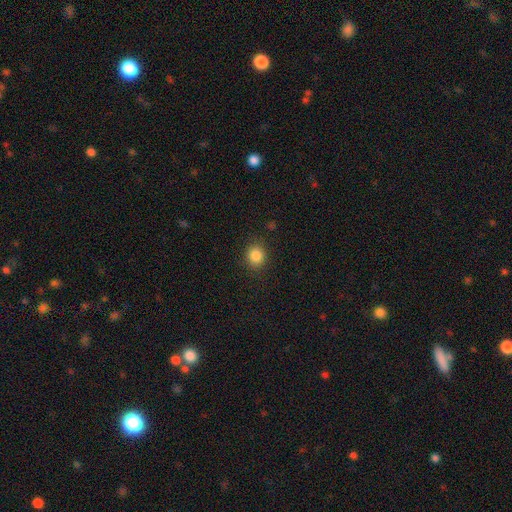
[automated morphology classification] A smooth galaxy with no disk features (85%) that is round (75%).

Vote fractions:
- Smooth or featured? smooth: 85% / star or artifact: 11% / featured or disk: 4%
- How rounded? round: 75% / in between: 24% / cigar-shaped: 1%
- Merging? none: 88% / minor disturbance: 8% / major disturbance: 3% / merger: 1%